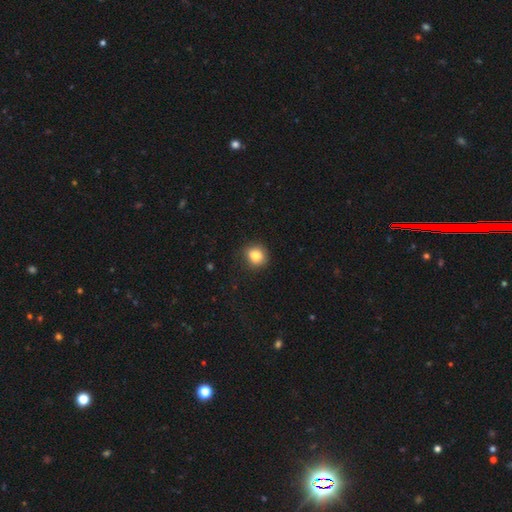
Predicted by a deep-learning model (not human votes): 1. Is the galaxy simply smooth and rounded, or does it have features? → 82% smooth, 11% star or artifact, 7% featured or disk.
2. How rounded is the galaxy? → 82% round, 17% in between, 1% cigar-shaped.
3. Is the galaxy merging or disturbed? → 86% none, 10% minor disturbance, 3% major disturbance, 1% merger.